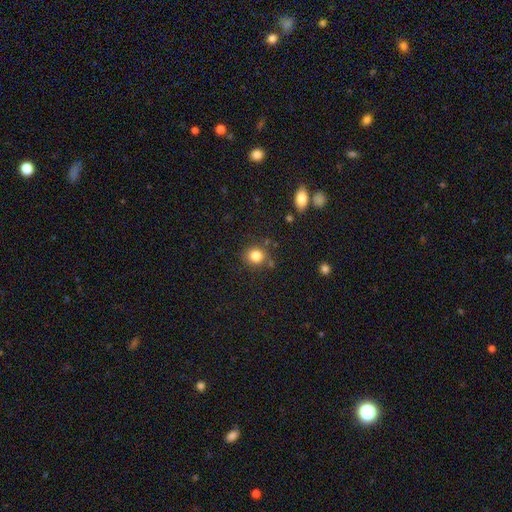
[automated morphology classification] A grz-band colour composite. It shows a smooth galaxy with no disk features (83%) that is round (82%). Merging: none (80%).